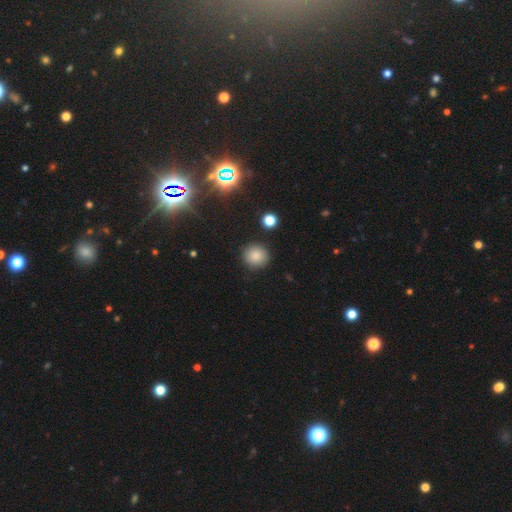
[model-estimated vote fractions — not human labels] This is clearly a smooth galaxy (84%). How rounded: clearly round (91%). Merging: clearly none (89%).